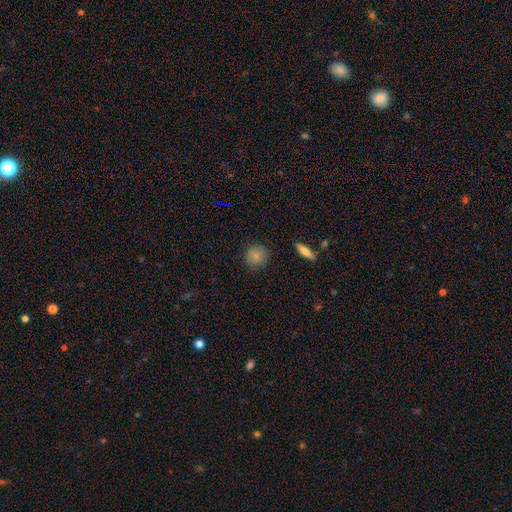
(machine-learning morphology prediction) Q: Smooth or featured?
A: smooth (81%); runner-up: featured or disk (10%)
Q: How rounded?
A: round (88%); runner-up: in between (11%)
Q: Merging?
A: none (87%); runner-up: minor disturbance (10%)